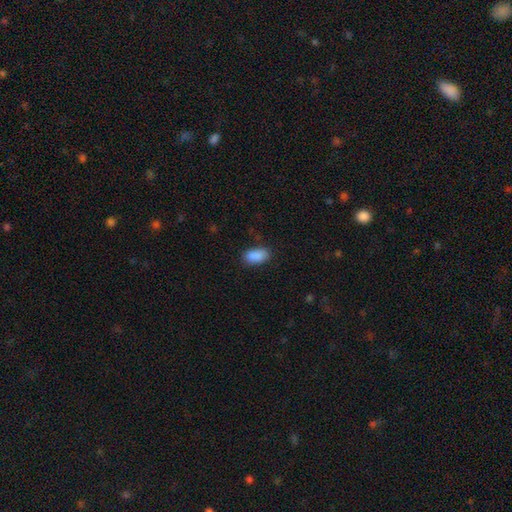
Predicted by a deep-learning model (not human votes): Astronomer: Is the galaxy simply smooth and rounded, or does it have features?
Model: smooth — 89%.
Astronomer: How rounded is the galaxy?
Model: in between — 93%.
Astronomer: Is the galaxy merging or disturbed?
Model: none — 82%.